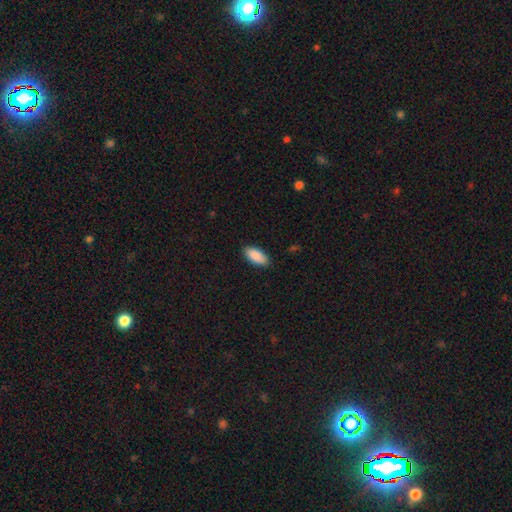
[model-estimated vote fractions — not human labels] Smooth or featured? Predicted: smooth (p=0.91). How rounded? Predicted: in between (p=0.91). Merging? Predicted: none (p=0.88).